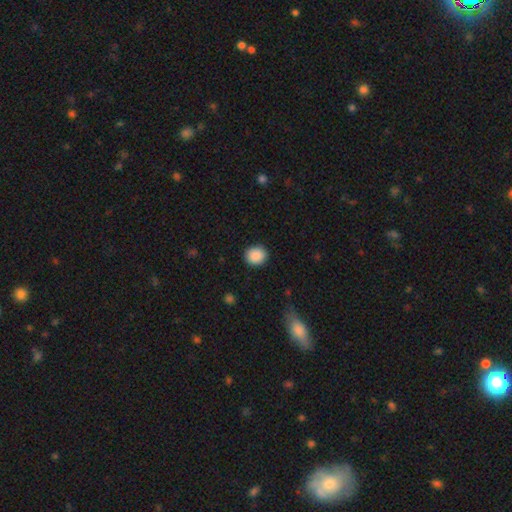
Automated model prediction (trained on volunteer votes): Q: Smooth or featured?
A: smooth (89%); runner-up: star or artifact (8%)
Q: How rounded?
A: round (82%); runner-up: in between (17%)
Q: Merging?
A: none (90%); runner-up: minor disturbance (7%)